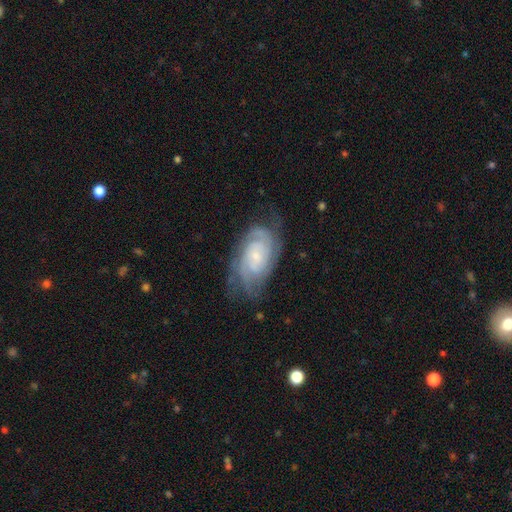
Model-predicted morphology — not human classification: smooth_or_featured: featured or disk (p=0.83) [alt: smooth p=0.11]
disk_edge_on: no (p=0.96) [alt: yes p=0.04]
bar: no (p=0.68) [alt: weak p=0.27]
has_spiral_arms: yes (p=0.95) [alt: no p=0.05]
spiral_winding: tight (p=0.68) [alt: medium p=0.27]
spiral_arm_count: can't tell (p=0.33) [alt: 2 p=0.29]
bulge_size: small (p=0.71) [alt: moderate p=0.21]
merging: none (p=0.69) [alt: minor disturbance p=0.21]